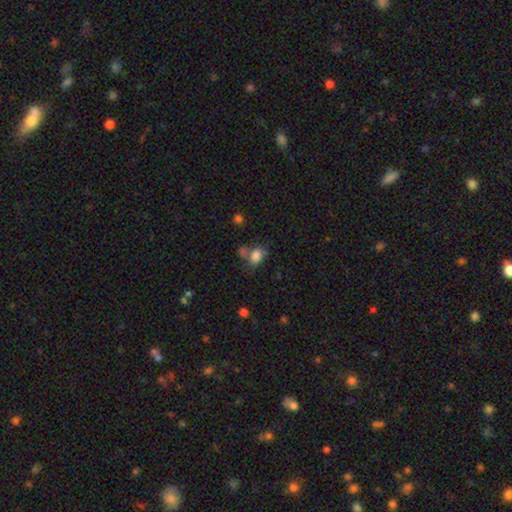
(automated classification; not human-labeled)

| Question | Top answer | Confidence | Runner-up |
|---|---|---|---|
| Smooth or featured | smooth | 78% | star or artifact (12%) |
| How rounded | in between | 65% | round (33%) |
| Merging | none | 40% | merger (25%) |